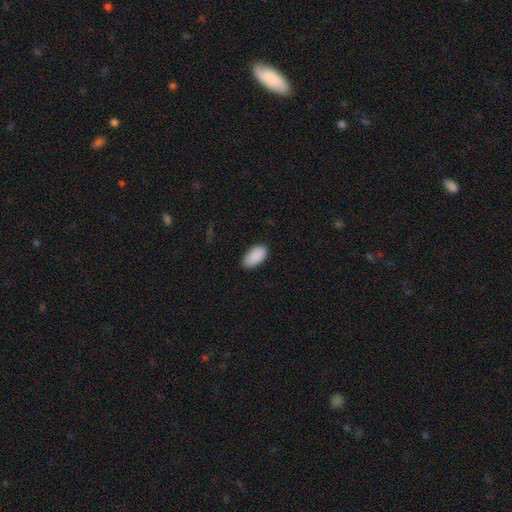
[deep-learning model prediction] This appears to be a smooth galaxy with no disk features (91%) that is in between round and cigar-shaped (95%). Merging: none (85%).